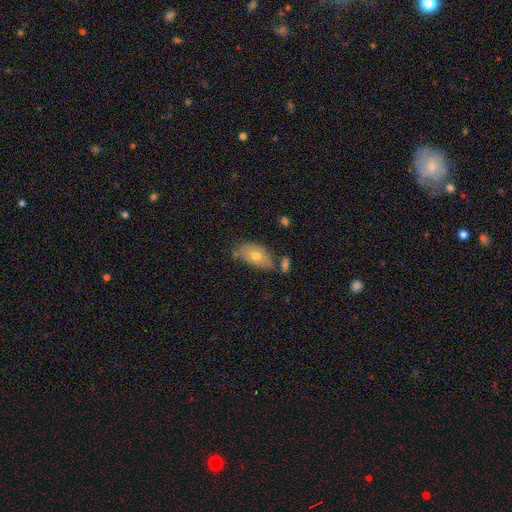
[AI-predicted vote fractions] The model was most divided on "merging": none: 60%, minor disturbance: 23%, merger: 11%, major disturbance: 6%. More confident: how rounded — in between (91%); smooth or featured — smooth (70%).